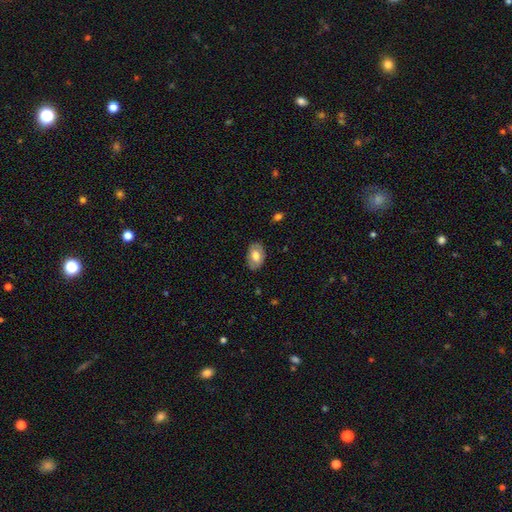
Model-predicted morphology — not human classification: smooth 65%, featured or disk 29%, star or artifact 7%. Down the decision tree: how rounded — in between (90%); merging — none (81%).